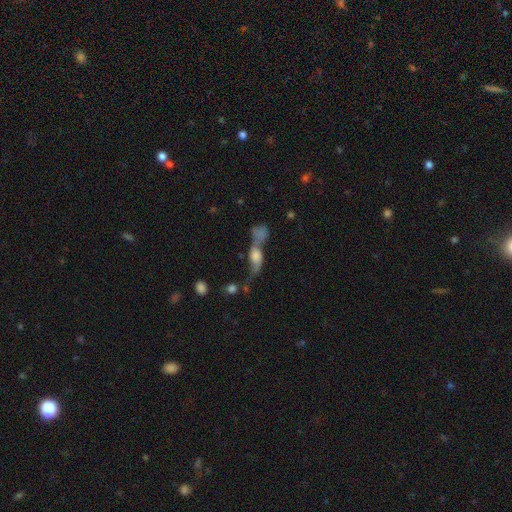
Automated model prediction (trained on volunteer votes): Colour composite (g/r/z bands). It shows a featured or disk galaxy (49%). Merging: merger (49%).